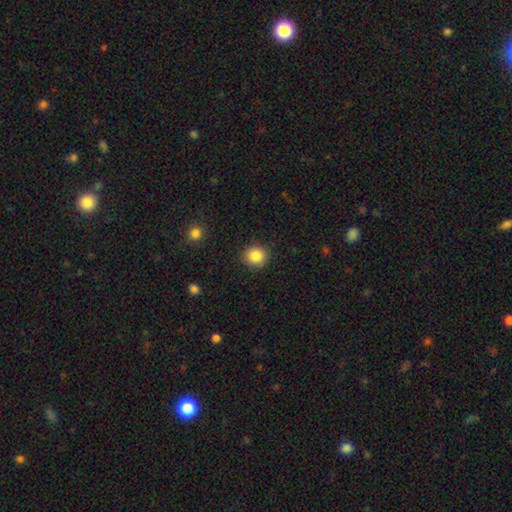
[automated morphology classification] smooth 86%, star or artifact 9%, featured or disk 5%. Down the decision tree: how rounded — round (86%); merging — none (89%).